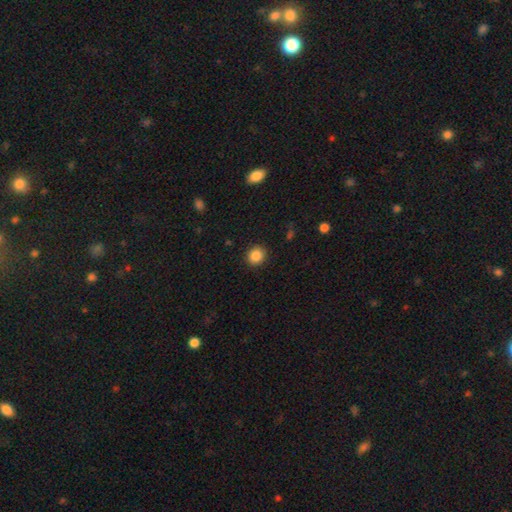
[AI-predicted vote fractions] This appears to be a smooth galaxy with no disk features (86%) that is round (86%). Merging: none (91%).